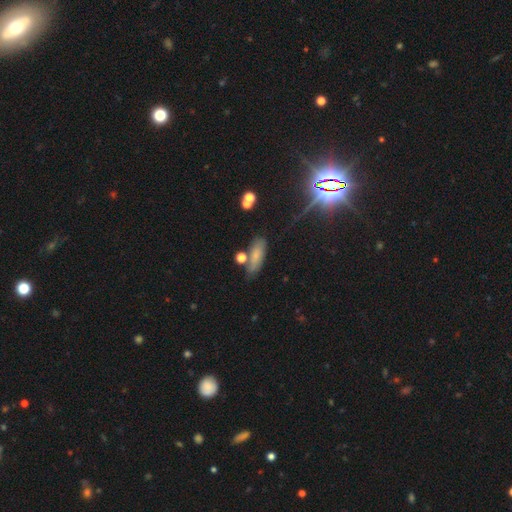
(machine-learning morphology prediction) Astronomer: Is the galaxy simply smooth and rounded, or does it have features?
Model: smooth — 69%.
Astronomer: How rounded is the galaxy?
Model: in between — 63%.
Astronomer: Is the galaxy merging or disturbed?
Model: none — 65%.